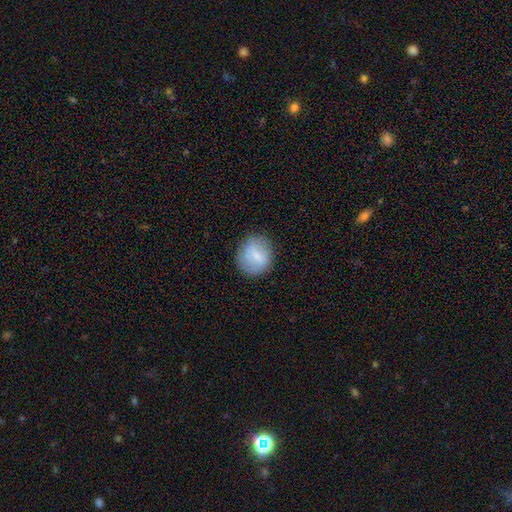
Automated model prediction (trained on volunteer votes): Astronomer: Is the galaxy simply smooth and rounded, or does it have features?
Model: smooth — 68%.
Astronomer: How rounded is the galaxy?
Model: round — 76%.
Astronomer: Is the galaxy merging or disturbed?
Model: none — 80%.